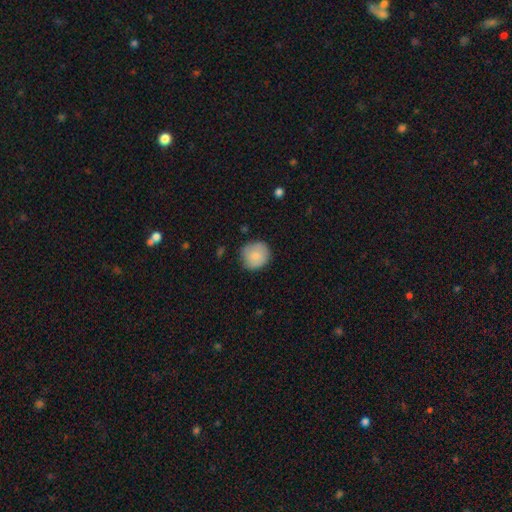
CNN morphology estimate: This appears to be a smooth galaxy with no disk features (83%) that is round (88%). Merging: none (78%).